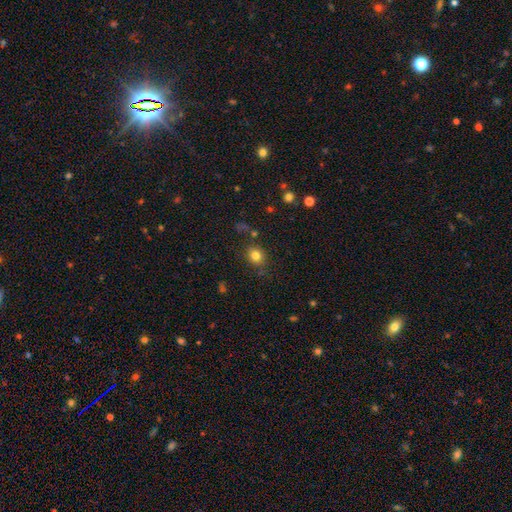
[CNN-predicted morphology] smooth_or_featured: smooth (p=0.80) [alt: star or artifact p=0.13]
how_rounded: round (p=0.66) [alt: in between p=0.33]
merging: none (p=0.79) [alt: minor disturbance p=0.13]